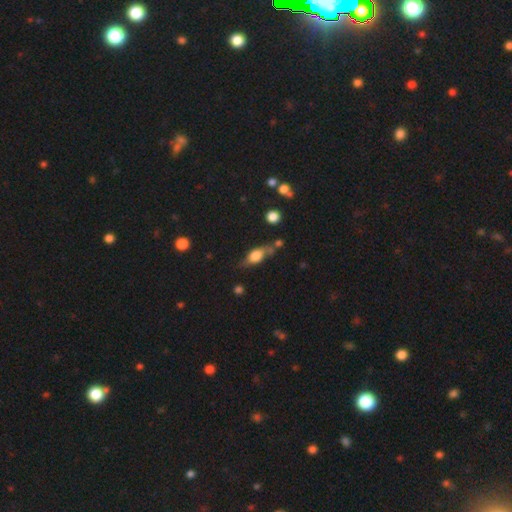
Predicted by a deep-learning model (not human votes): smooth_or_featured: smooth (p=0.59) [alt: featured or disk p=0.32]
how_rounded: in between (p=0.68) [alt: cigar-shaped p=0.21]
merging: none (p=0.56) [alt: minor disturbance p=0.25]